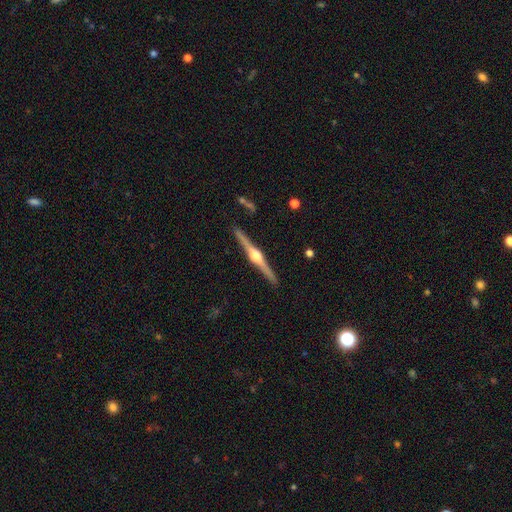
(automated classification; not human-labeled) Smooth or featured: featured or disk — 88% (smooth — 7%)
Edge-on disk: yes — 99% (no — 1%)
Edge-on bulge: rounded — 95% (boxy — 3%)
Merging: none — 92% (minor disturbance — 6%)